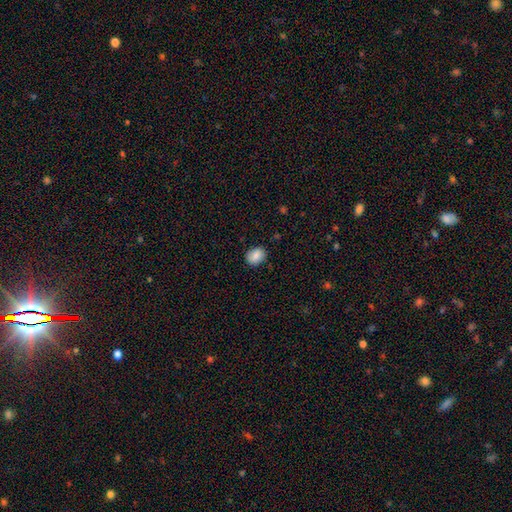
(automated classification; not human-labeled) Smooth or featured: smooth — 85% (star or artifact — 8%)
How rounded: in between — 63% (round — 36%)
Merging: none — 83% (minor disturbance — 13%)